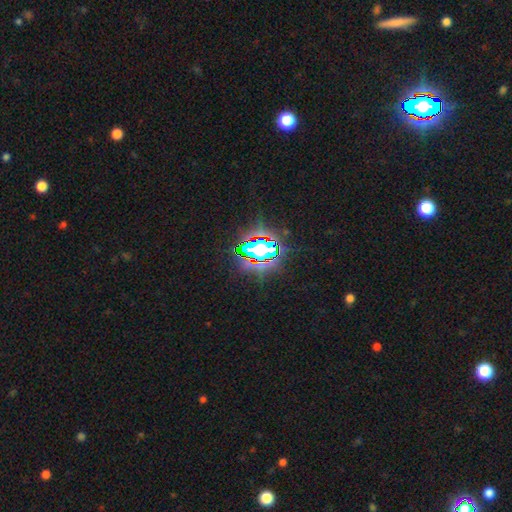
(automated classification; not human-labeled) smooth-or-featured: star or artifact: 80% | smooth: 11% | featured or disk: 8%